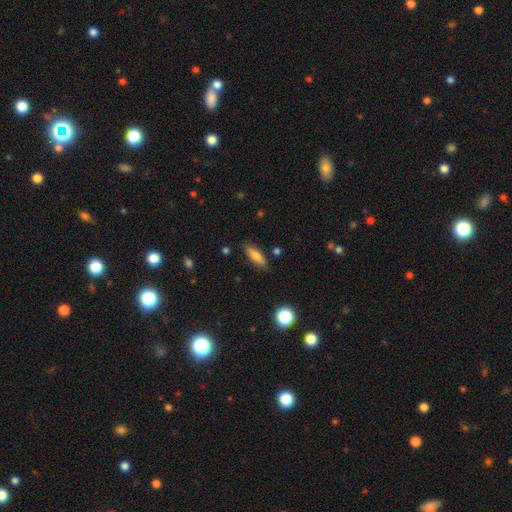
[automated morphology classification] Smooth or featured: smooth — 76% (featured or disk — 16%)
How rounded: in between — 52% (cigar-shaped — 46%)
Merging: none — 85% (minor disturbance — 11%)